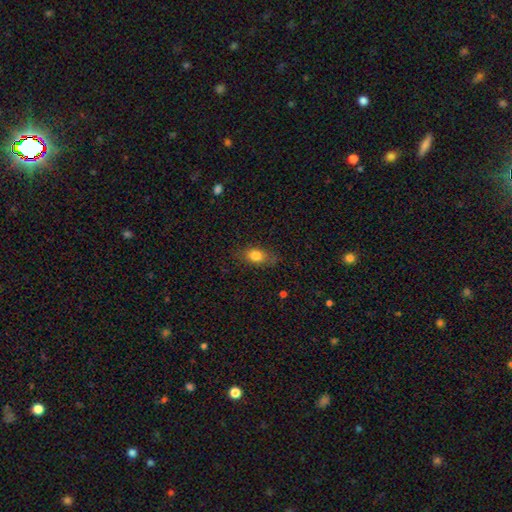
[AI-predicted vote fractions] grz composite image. It shows a smooth galaxy with no disk features (80%) that is in between round and cigar-shaped (79%). Merging: none (76%).